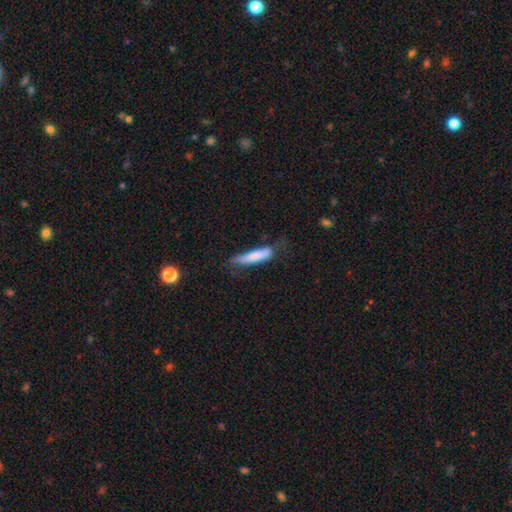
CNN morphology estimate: This appears to be a smooth galaxy with no disk features (75%) that is cigar-shaped (83%). Merging: none (52%).